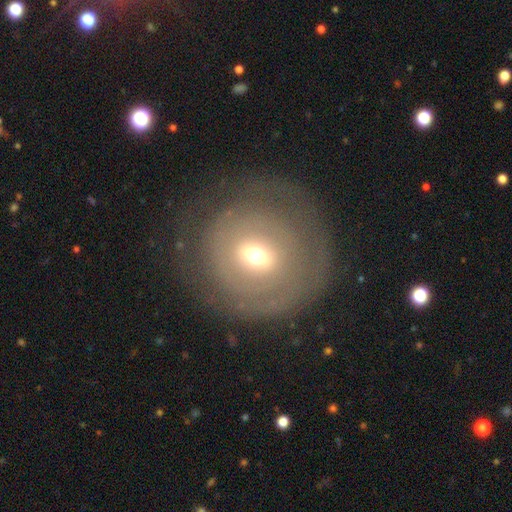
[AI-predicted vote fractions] Smooth or featured?
  - featured or disk: 57% *
  - smooth: 34%
  - star or artifact: 9%
Edge-on disk?
  - no: 96% *
  - yes: 4%
Bar?
  - no: 49% *
  - weak: 38%
  - strong: 13%
Spiral arms?
  - yes: 53% *
  - no: 47%
Bulge size?
  - moderate: 51% *
  - small: 40%
  - large: 6%
  - dominant: 2%
  - none: 1%
Merging?
  - none: 62% *
  - major disturbance: 19%
  - minor disturbance: 17%
  - merger: 2%